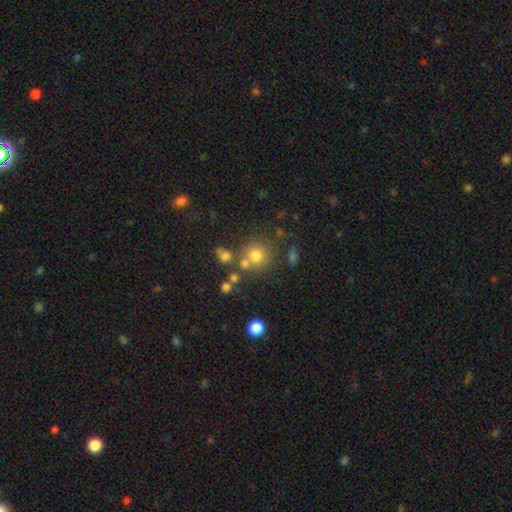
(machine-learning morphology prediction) A smooth galaxy with no disk features (73%) that is round (89%).

Vote fractions:
- Smooth or featured? smooth: 73% / star or artifact: 17% / featured or disk: 11%
- How rounded? round: 89% / in between: 10% / cigar-shaped: 1%
- Merging? none: 64% / merger: 19% / minor disturbance: 11% / major disturbance: 5%